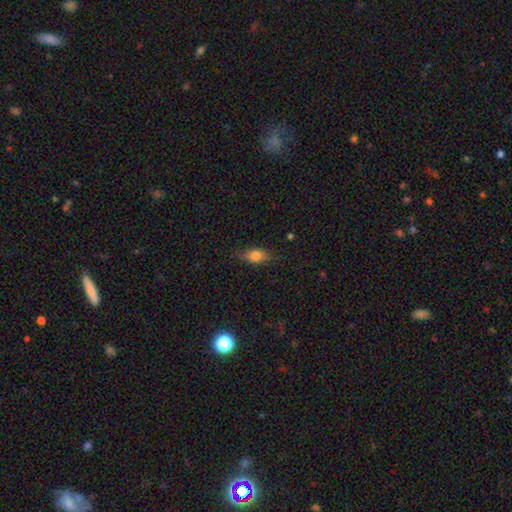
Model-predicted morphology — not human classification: Smooth or featured? Predicted: smooth (p=0.76). How rounded? Predicted: in between (p=0.81). Merging? Predicted: none (p=0.78).